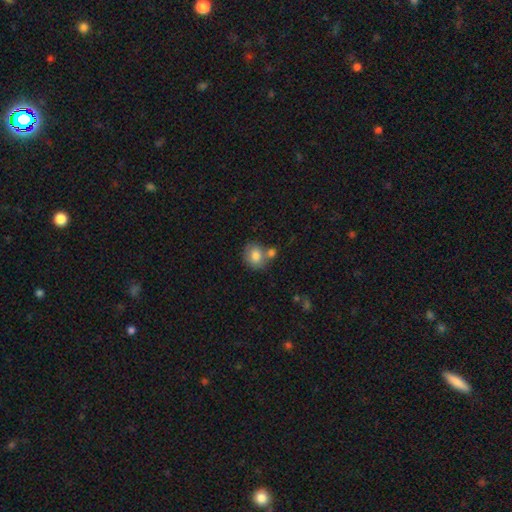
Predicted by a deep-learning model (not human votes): smooth_or_featured: smooth (p=0.81) [alt: featured or disk p=0.11]
how_rounded: round (p=0.64) [alt: in between p=0.35]
merging: none (p=0.53) [alt: merger p=0.28]